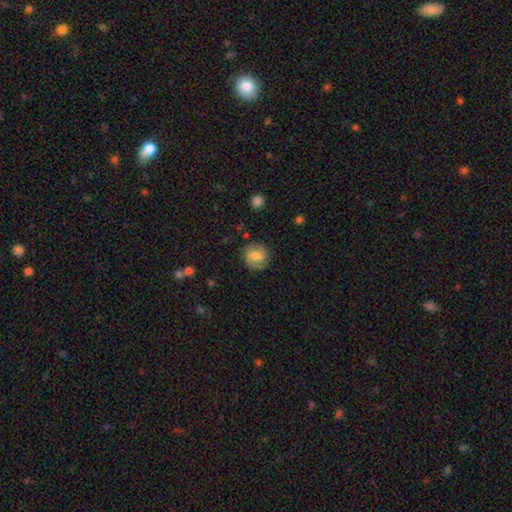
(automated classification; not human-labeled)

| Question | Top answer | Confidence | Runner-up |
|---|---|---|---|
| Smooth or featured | featured or disk | 47% | smooth (46%) |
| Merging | none | 80% | minor disturbance (13%) |